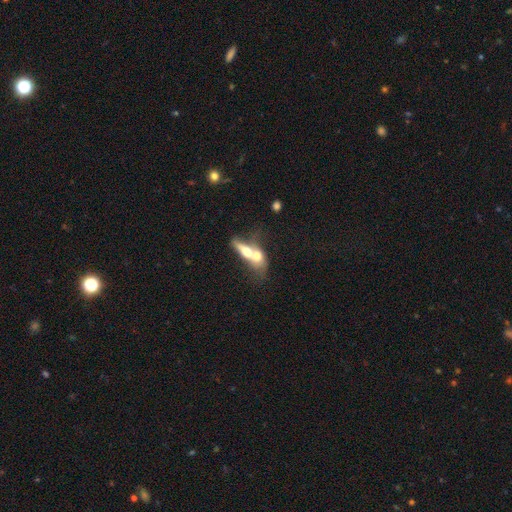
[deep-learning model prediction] smooth 54%, featured or disk 39%, star or artifact 7%. Down the decision tree: how rounded — in between (56%); merging — merger (76%).